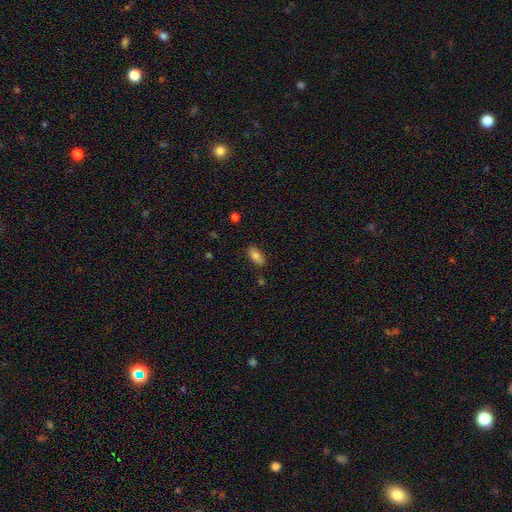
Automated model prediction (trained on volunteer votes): smooth 79%, featured or disk 13%, star or artifact 8%. Down the decision tree: how rounded — in between (88%); merging — none (84%).